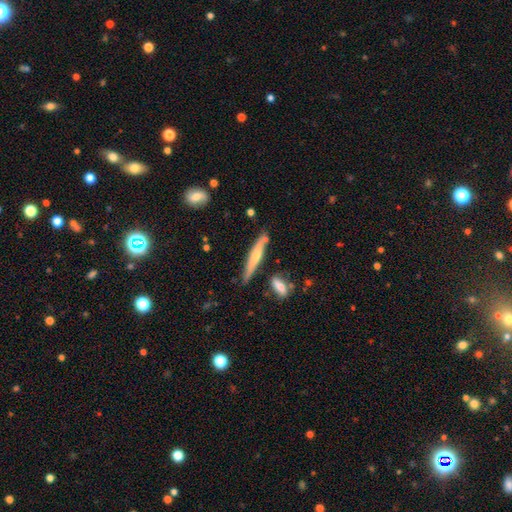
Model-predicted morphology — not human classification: Q: Smooth or featured?
A: smooth (49%); runner-up: featured or disk (45%)
Q: Merging?
A: none (76%); runner-up: minor disturbance (15%)